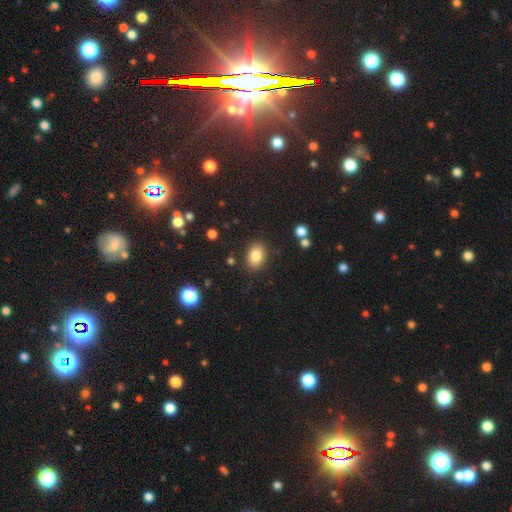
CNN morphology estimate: smooth_or_featured: smooth (p=0.83) [alt: star or artifact p=0.09]
how_rounded: in between (p=0.75) [alt: round p=0.24]
merging: none (p=0.83) [alt: minor disturbance p=0.11]